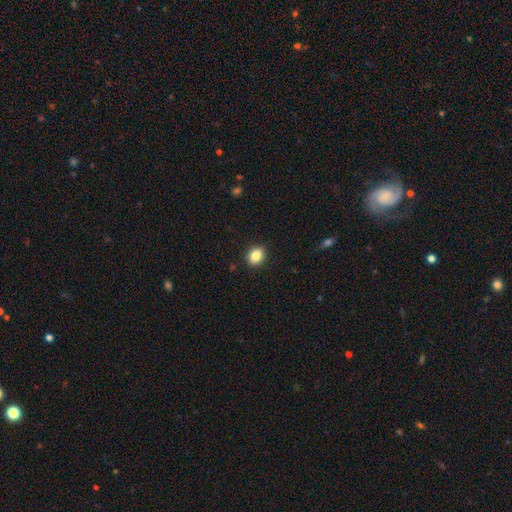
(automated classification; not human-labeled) smooth 86%, star or artifact 9%, featured or disk 5%. Down the decision tree: how rounded — in between (54%); merging — none (90%).